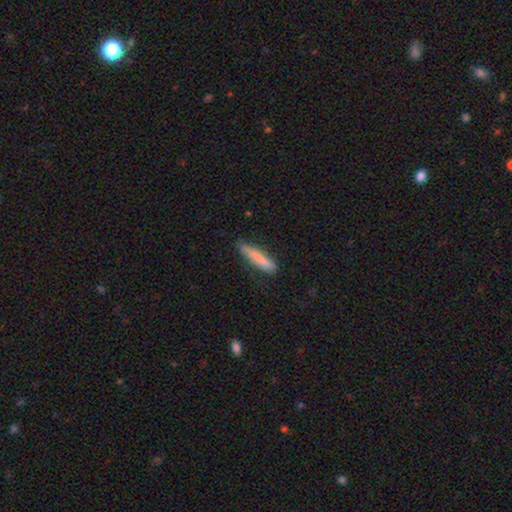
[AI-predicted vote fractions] smooth 79%, featured or disk 14%, star or artifact 6%. Down the decision tree: how rounded — cigar-shaped (93%); merging — none (82%).